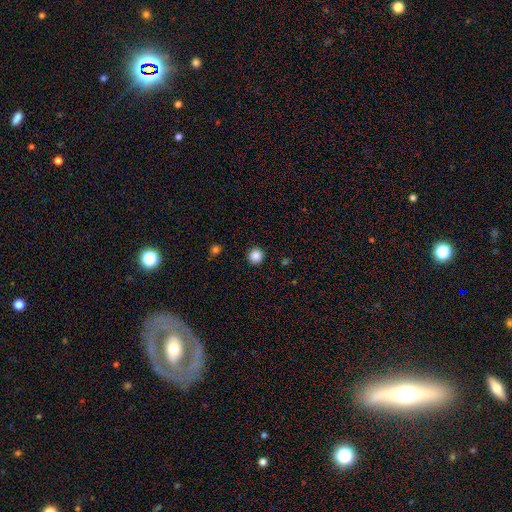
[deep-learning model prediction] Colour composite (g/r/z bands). It shows a smooth galaxy with no disk features (87%) that is round (96%). Merging: none (92%).